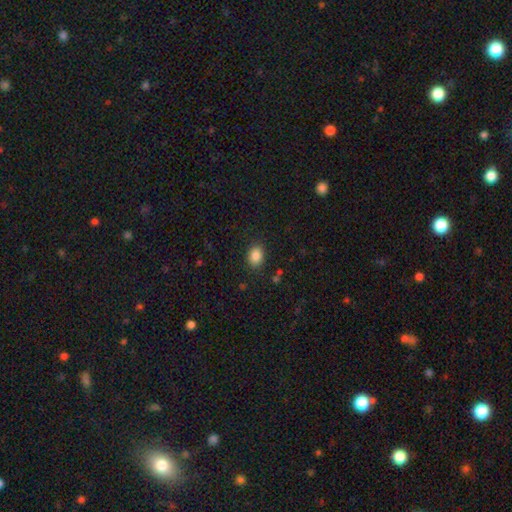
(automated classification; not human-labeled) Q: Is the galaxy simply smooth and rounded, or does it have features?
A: smooth — 87%.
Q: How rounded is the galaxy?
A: in between — 66%.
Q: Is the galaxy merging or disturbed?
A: none — 86%.